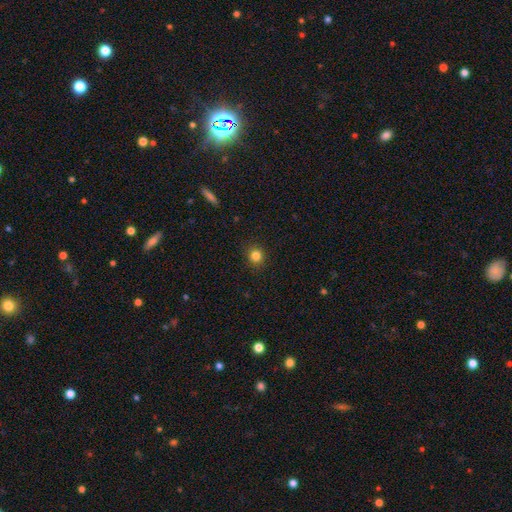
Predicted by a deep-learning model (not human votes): This is clearly a smooth galaxy (82%). How rounded: clearly round (88%). Merging: clearly none (90%).